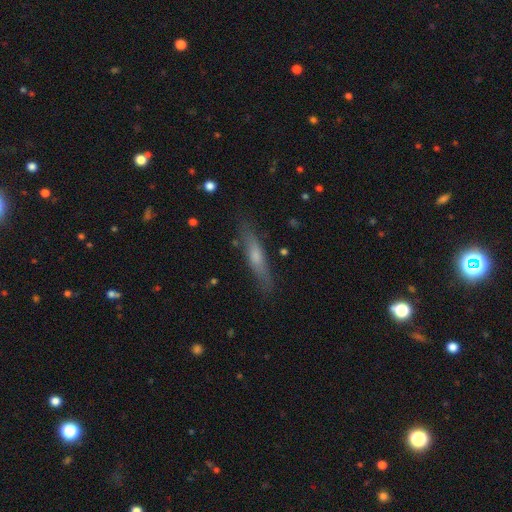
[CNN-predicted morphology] smooth 47%, featured or disk 45%, star or artifact 8%. Down the decision tree: merging — none (84%).